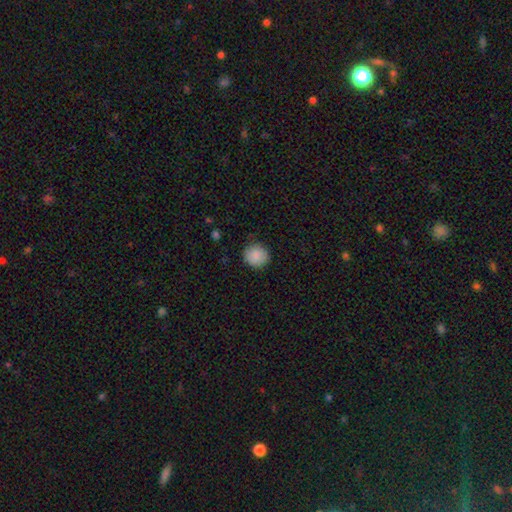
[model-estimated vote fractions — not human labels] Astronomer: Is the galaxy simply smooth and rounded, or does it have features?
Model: smooth — 88%.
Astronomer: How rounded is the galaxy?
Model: round — 90%.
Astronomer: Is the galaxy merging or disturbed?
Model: none — 86%.